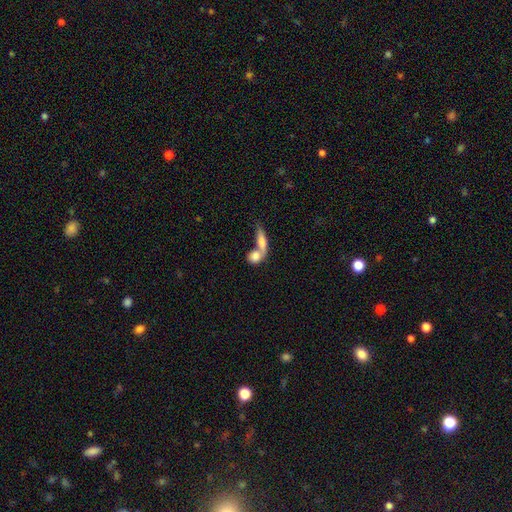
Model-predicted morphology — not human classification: Smooth or featured?
  - smooth: 77% *
  - featured or disk: 16%
  - star or artifact: 7%
How rounded?
  - in between: 44% *
  - round: 41%
  - cigar-shaped: 15%
Merging?
  - merger: 58% *
  - none: 29%
  - minor disturbance: 8%
  - major disturbance: 6%